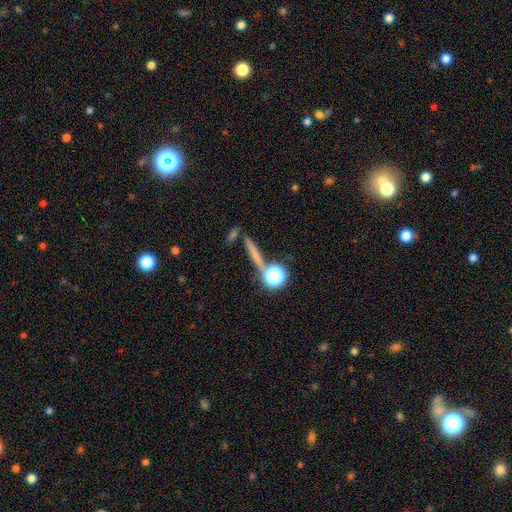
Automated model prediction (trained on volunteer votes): This is possibly a smooth galaxy (55%). How rounded: likely cigar-shaped (73%). Merging: likely none (75%).